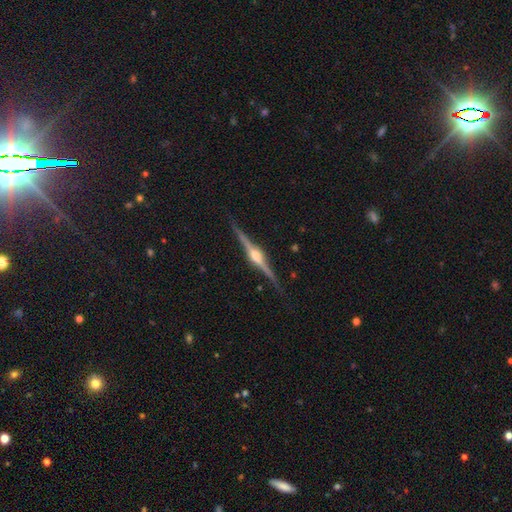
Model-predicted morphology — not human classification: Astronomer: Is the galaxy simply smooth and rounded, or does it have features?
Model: featured or disk — 88%.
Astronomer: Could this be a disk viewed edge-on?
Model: yes — 99%.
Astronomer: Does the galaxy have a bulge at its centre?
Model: rounded — 94%.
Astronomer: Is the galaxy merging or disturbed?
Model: none — 89%.